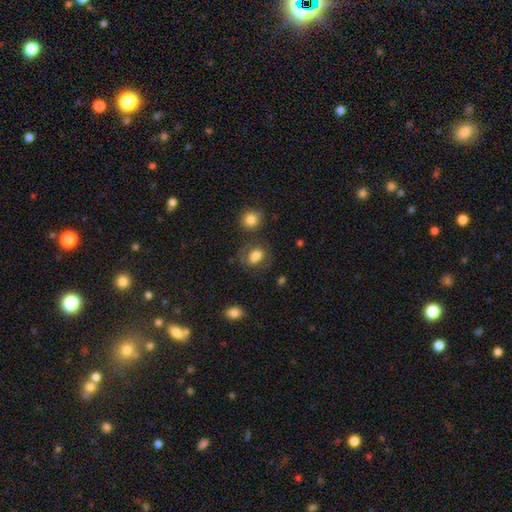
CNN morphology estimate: A smooth galaxy with no disk features (67%) that is in between round and cigar-shaped (59%).

Vote fractions:
- Smooth or featured? smooth: 67% / featured or disk: 24% / star or artifact: 10%
- How rounded? in between: 59% / round: 39% / cigar-shaped: 1%
- Merging? none: 63% / minor disturbance: 17% / major disturbance: 12% / merger: 7%